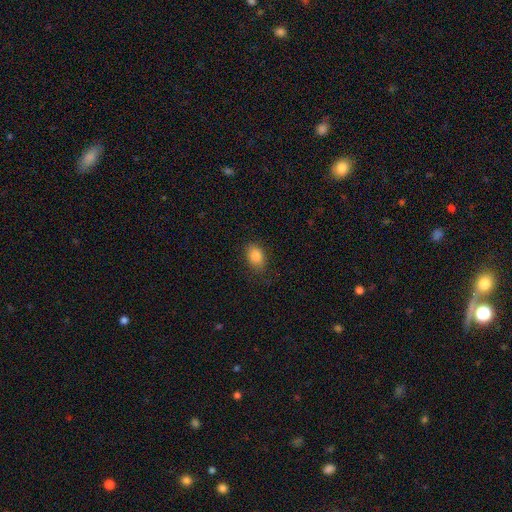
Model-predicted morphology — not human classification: Smooth or featured? Predicted: smooth (p=0.86). How rounded? Predicted: in between (p=0.83). Merging? Predicted: none (p=0.81).